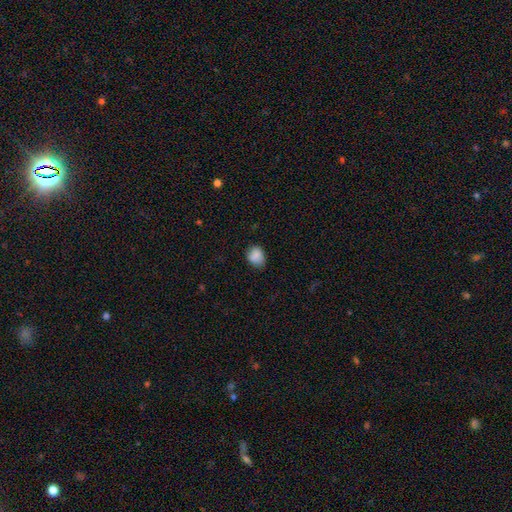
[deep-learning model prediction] Overall: smooth (84%). How rounded: in between (52%; round 47%). Merging: none (70%).